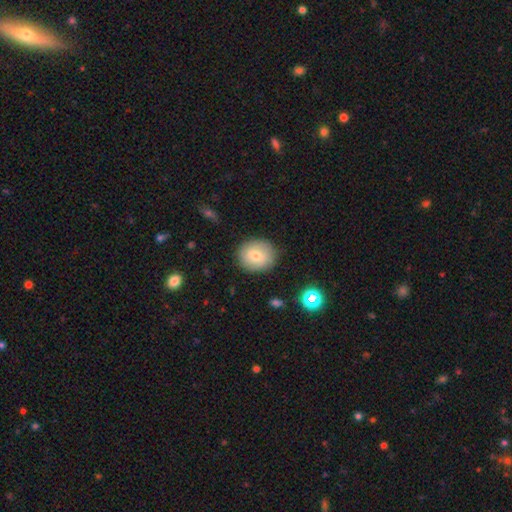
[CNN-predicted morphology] smooth 71%, featured or disk 20%, star or artifact 8%. Down the decision tree: how rounded — round (70%); merging — none (84%).